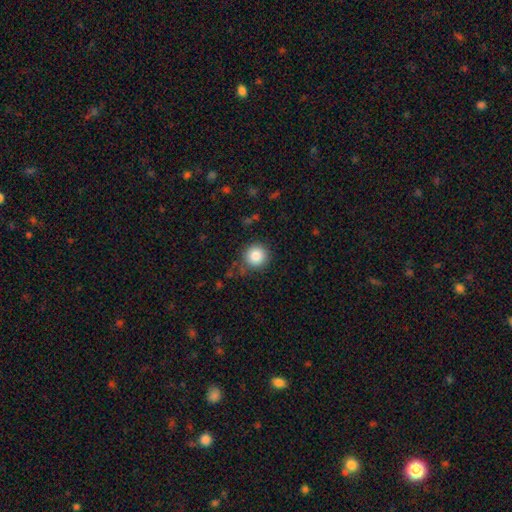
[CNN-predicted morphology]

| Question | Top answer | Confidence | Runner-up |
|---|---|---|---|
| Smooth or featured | smooth | 85% | star or artifact (10%) |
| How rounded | round | 94% | in between (5%) |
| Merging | none | 80% | minor disturbance (14%) |